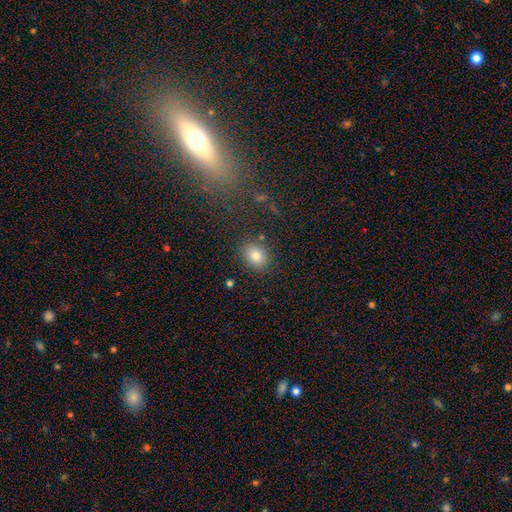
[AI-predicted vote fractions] This appears to be a smooth galaxy with no disk features (80%) that is round (51%). Merging: none (85%).